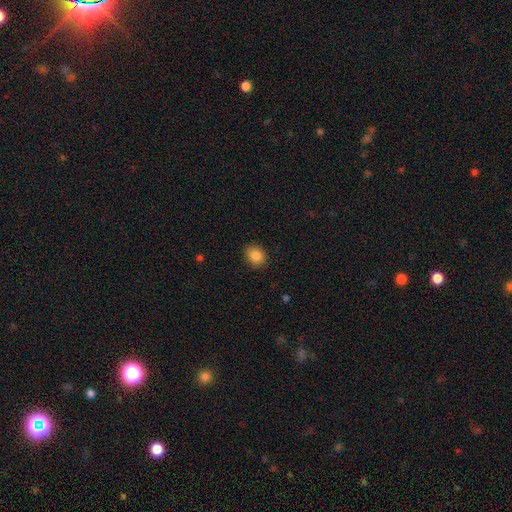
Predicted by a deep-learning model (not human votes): Morphology: type=smooth (84%); roundness=round (56%); merging=none (89%).